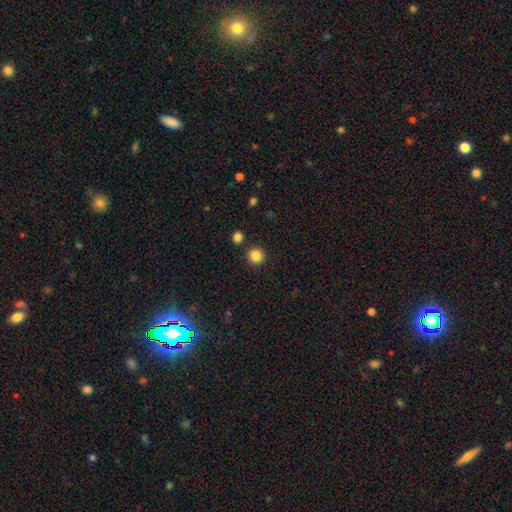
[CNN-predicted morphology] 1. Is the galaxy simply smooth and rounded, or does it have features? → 86% smooth, 11% star or artifact, 3% featured or disk.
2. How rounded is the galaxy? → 94% round, 5% in between, 1% cigar-shaped.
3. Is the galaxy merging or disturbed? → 89% none, 5% minor disturbance, 4% merger, 2% major disturbance.